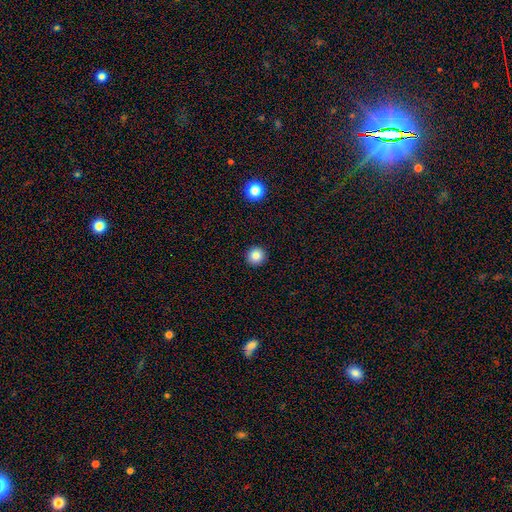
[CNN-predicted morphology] Smooth or featured?
  - smooth: 84% *
  - star or artifact: 11%
  - featured or disk: 5%
How rounded?
  - round: 96% *
  - in between: 3%
  - cigar-shaped: 1%
Merging?
  - none: 93% *
  - minor disturbance: 4%
  - major disturbance: 1%
  - merger: 1%